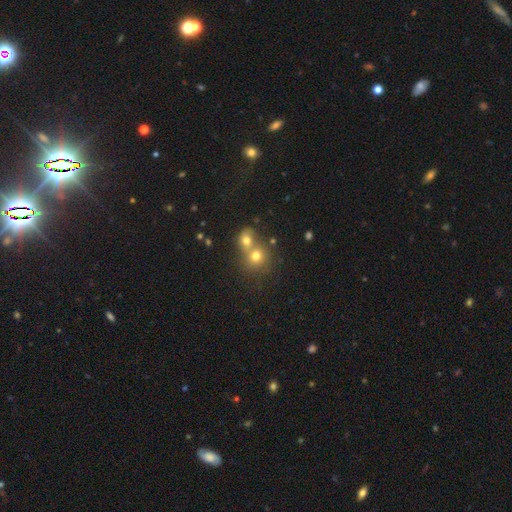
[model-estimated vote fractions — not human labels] smooth 69%, star or artifact 15%, featured or disk 15%. Down the decision tree: how rounded — round (80%); merging — merger (56%).